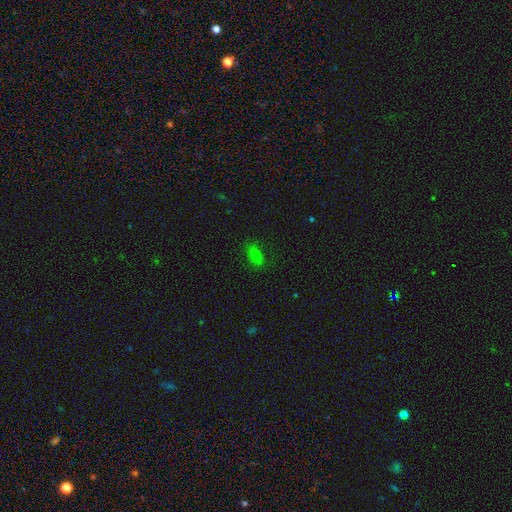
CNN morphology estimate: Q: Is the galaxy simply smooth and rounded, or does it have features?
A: smooth — 70%.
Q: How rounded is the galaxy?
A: in between — 78%.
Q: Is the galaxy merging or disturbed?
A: none — 82%.